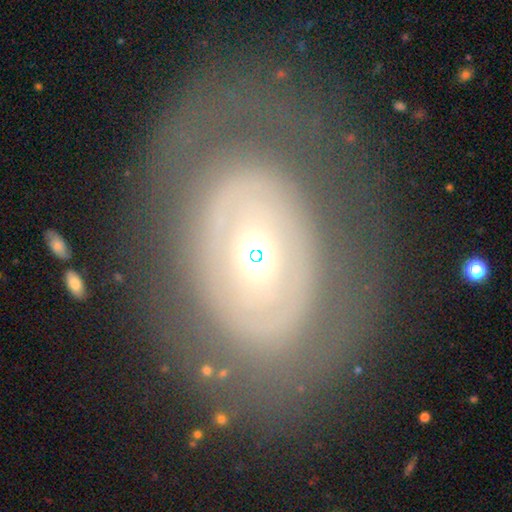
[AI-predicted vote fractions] A featured or disk galaxy (68%) with no bar (72%), no spiral arms (66%) and a moderate central bulge (59%). Merging: none (75%).